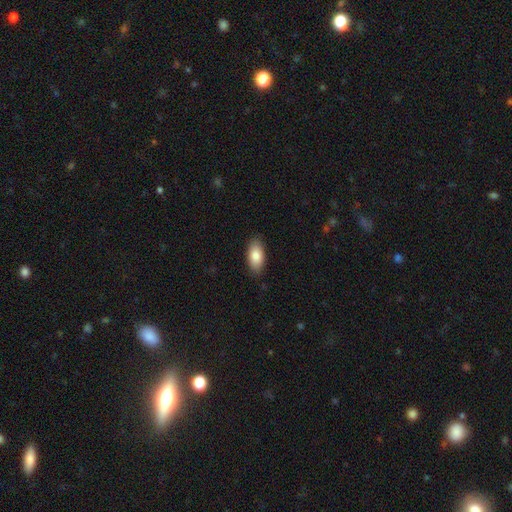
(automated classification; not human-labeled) Smooth or featured? Predicted: smooth (p=0.84). How rounded? Predicted: in between (p=0.92). Merging? Predicted: none (p=0.86).